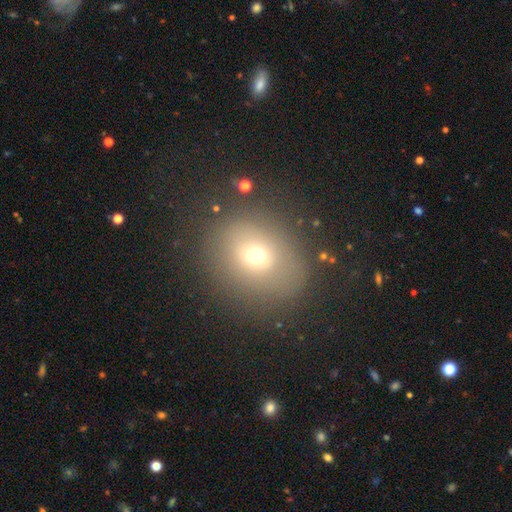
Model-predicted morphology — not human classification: Smooth or featured? Predicted: smooth (p=0.66). How rounded? Predicted: round (p=0.73). Merging? Predicted: none (p=0.77).